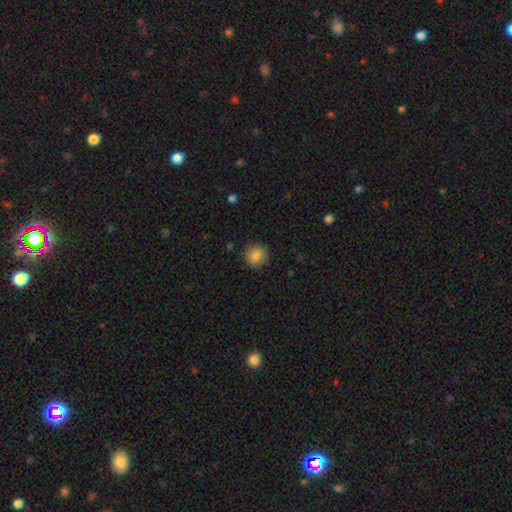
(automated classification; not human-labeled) The model was most divided on "smooth or featured": smooth: 86%, star or artifact: 9%, featured or disk: 5%. More confident: how rounded — round (92%); merging — none (89%).